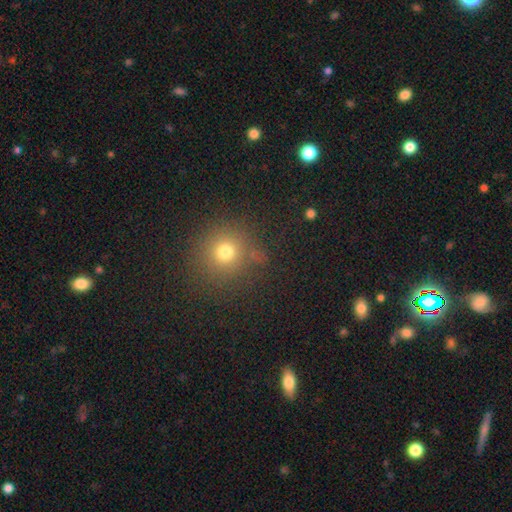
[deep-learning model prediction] A smooth galaxy with no disk features (65%) that is round (93%).

Vote fractions:
- Smooth or featured? smooth: 65% / star or artifact: 27% / featured or disk: 8%
- How rounded? round: 93% / in between: 6% / cigar-shaped: 1%
- Merging? none: 85% / minor disturbance: 9% / major disturbance: 3% / merger: 3%